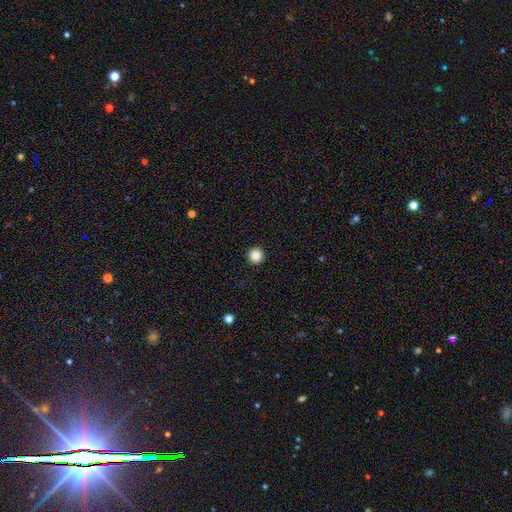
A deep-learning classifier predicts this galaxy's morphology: The model was most divided on "smooth or featured": smooth: 85%, star or artifact: 11%, featured or disk: 4%. More confident: how rounded — round (96%); merging — none (94%).